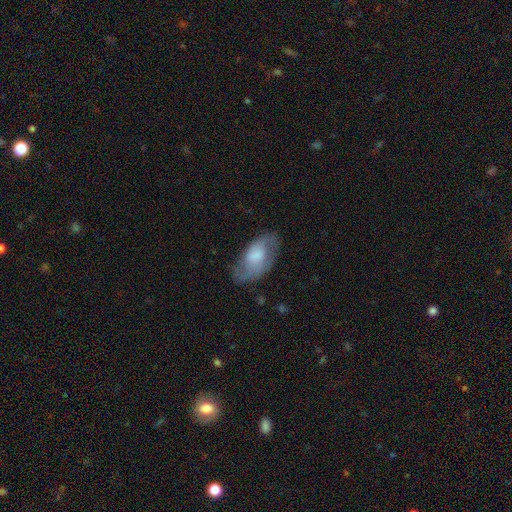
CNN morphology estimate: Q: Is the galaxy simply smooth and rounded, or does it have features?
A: featured or disk — 48%.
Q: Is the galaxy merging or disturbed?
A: none — 66%.